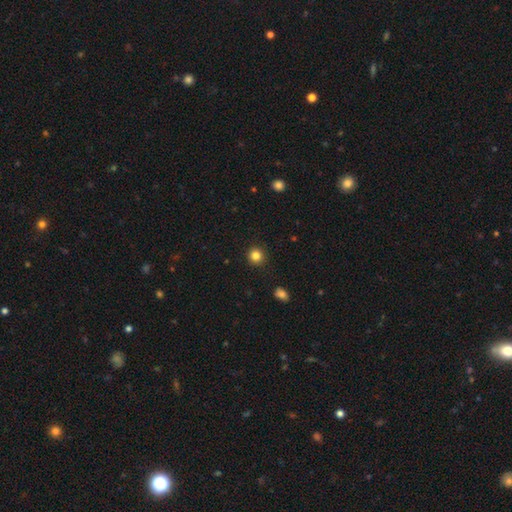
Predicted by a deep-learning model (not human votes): Smooth or featured?
  - smooth: 84% *
  - star or artifact: 12%
  - featured or disk: 4%
How rounded?
  - round: 93% *
  - in between: 6%
  - cigar-shaped: 1%
Merging?
  - none: 91% *
  - minor disturbance: 6%
  - major disturbance: 2%
  - merger: 1%